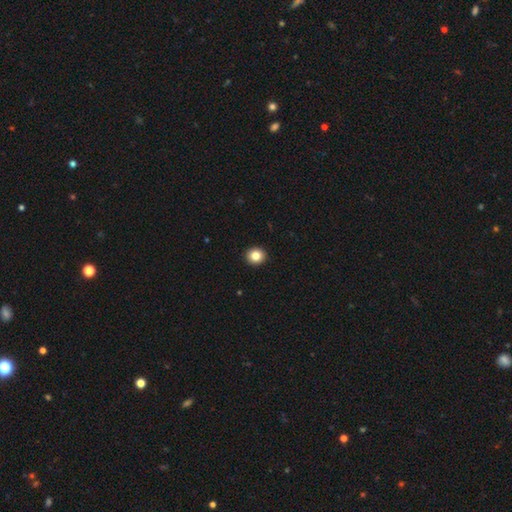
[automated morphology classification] Smooth or featured? Predicted: smooth (p=0.83). How rounded? Predicted: round (p=0.86). Merging? Predicted: none (p=0.94).